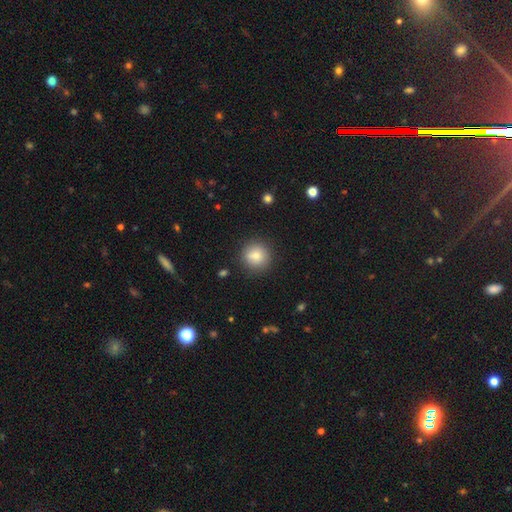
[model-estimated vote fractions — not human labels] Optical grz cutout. It shows a smooth galaxy with no disk features (81%) that is round (92%). Merging: none (85%).